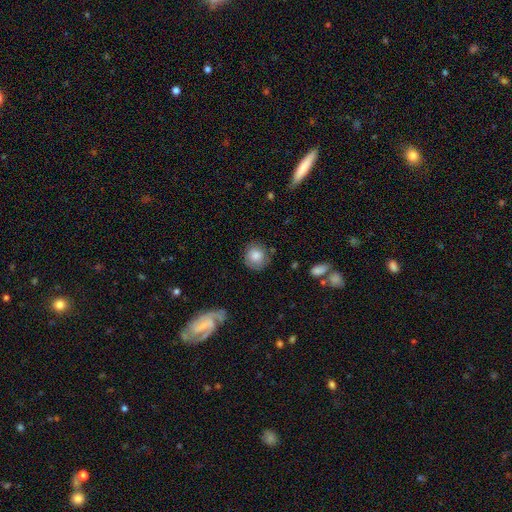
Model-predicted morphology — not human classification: type=smooth (82%); roundness=round (85%); merging=none (75%).